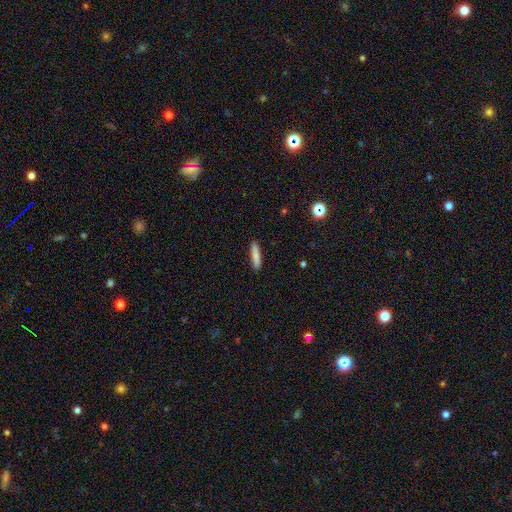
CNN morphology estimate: type=smooth (81%); roundness=cigar-shaped (86%); merging=none (90%).